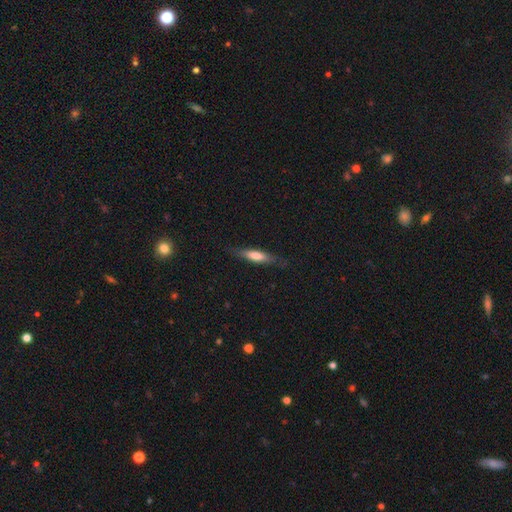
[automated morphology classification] smooth_or_featured: smooth (p=0.60) [alt: featured or disk p=0.34]
how_rounded: cigar-shaped (p=0.79) [alt: in between p=0.20]
merging: none (p=0.80) [alt: minor disturbance p=0.15]